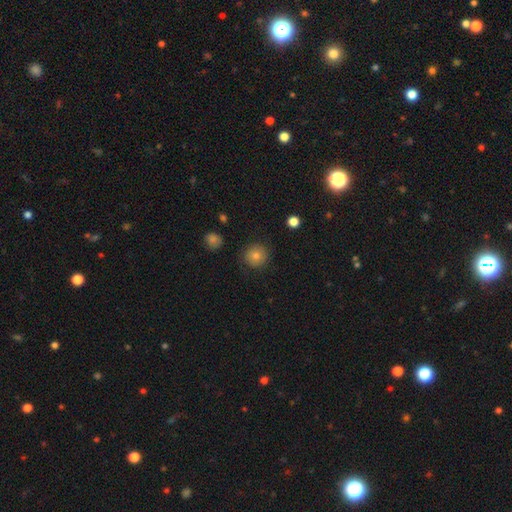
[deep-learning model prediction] smooth 77%, star or artifact 13%, featured or disk 10%. Down the decision tree: how rounded — round (93%); merging — none (88%).